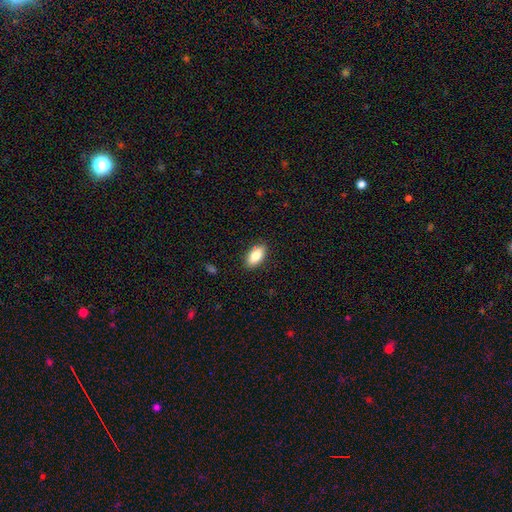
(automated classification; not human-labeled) Smooth or featured? Predicted: smooth (p=0.84). How rounded? Predicted: in between (p=0.91). Merging? Predicted: none (p=0.88).